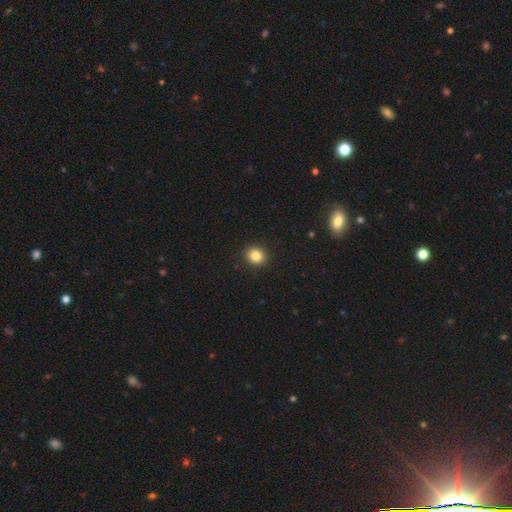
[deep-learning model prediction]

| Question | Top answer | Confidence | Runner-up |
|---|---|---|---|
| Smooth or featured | smooth | 84% | star or artifact (11%) |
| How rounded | round | 83% | in between (16%) |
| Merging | none | 92% | minor disturbance (5%) |